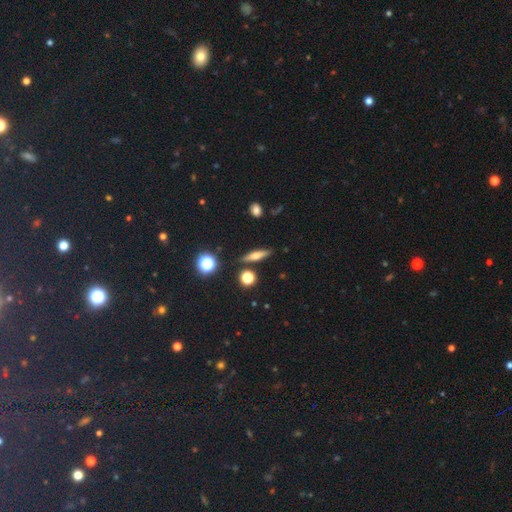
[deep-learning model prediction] This is possibly a smooth galaxy (47%). Merging: clearly none (86%).